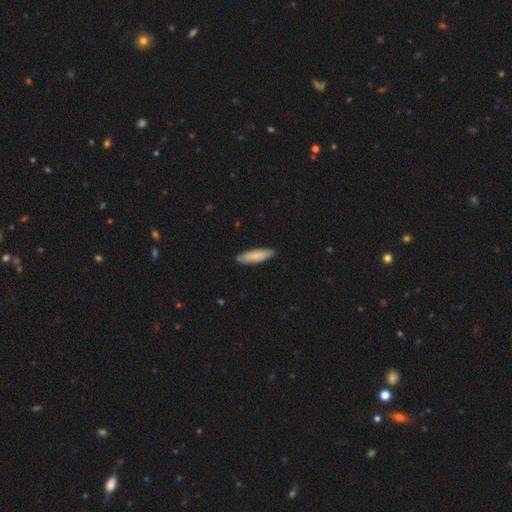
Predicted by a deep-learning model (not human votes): Overall: smooth (83%). How rounded: cigar-shaped (56%; in between 43%). Merging: none (82%).